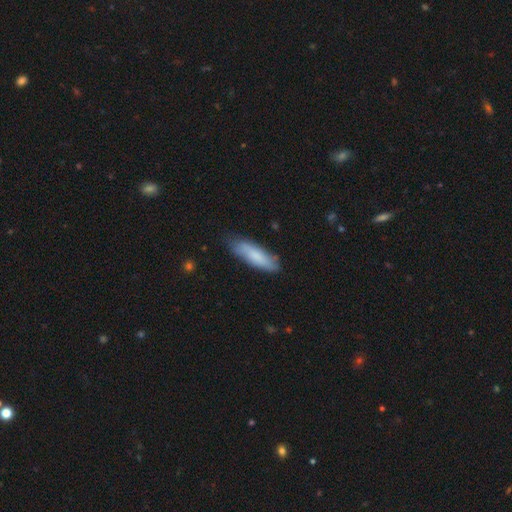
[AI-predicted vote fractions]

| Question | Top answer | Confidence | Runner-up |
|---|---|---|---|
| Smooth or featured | smooth | 78% | featured or disk (16%) |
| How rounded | cigar-shaped | 56% | in between (43%) |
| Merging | none | 75% | minor disturbance (20%) |